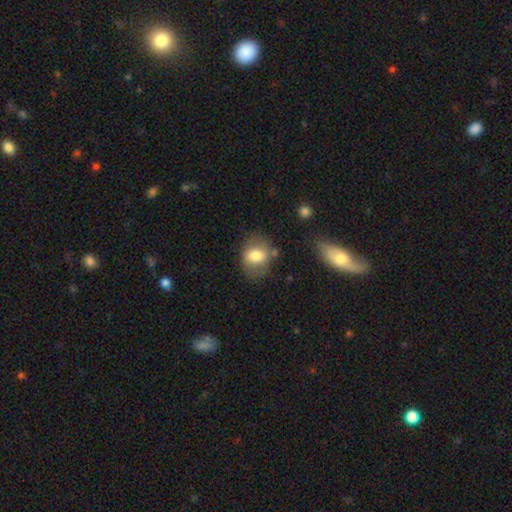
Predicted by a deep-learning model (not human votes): A smooth galaxy with no disk features (72%) that is in between round and cigar-shaped (56%).

Vote fractions:
- Smooth or featured? smooth: 72% / featured or disk: 20% / star or artifact: 8%
- How rounded? in between: 56% / round: 42% / cigar-shaped: 1%
- Merging? none: 64% / minor disturbance: 21% / major disturbance: 9% / merger: 6%